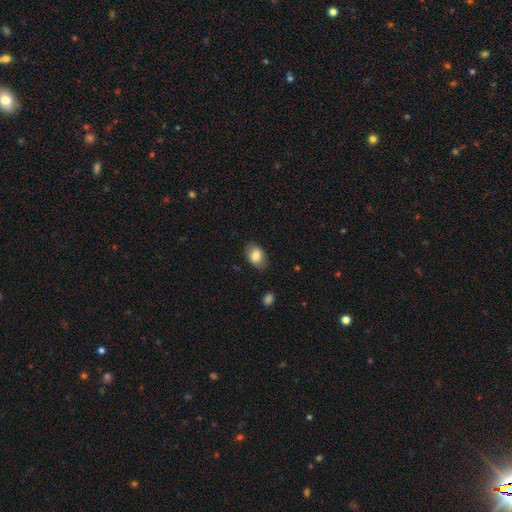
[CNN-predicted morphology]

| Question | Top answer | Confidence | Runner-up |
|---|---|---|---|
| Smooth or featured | smooth | 82% | featured or disk (10%) |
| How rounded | in between | 82% | round (17%) |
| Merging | none | 81% | minor disturbance (15%) |